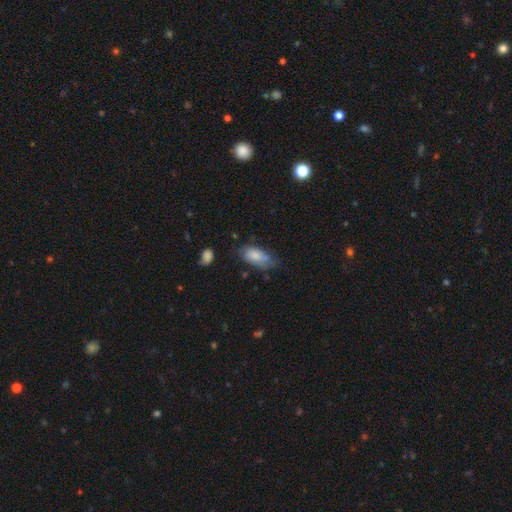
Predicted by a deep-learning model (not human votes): This appears to be a smooth galaxy with no disk features (80%) that is in between round and cigar-shaped (90%). Merging: none (46%).